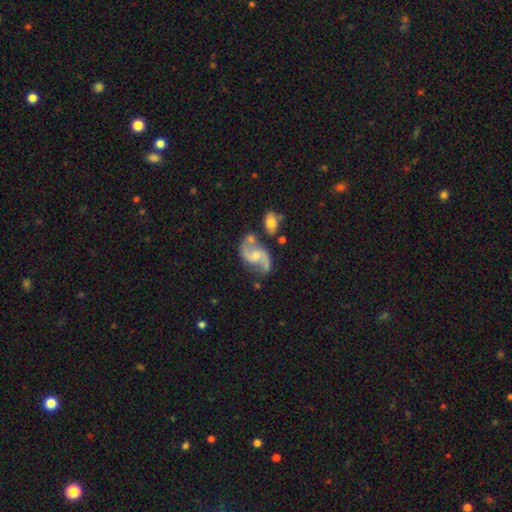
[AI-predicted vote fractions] featured or disk 86%, smooth 9%, star or artifact 5%. Down the decision tree: edge-on disk — no (98%); bar — no (50%); spiral arms — yes (96%); spiral arm count — 2 (92%); spiral winding — loose (57%); bulge size — moderate (50%); merging — none (59%).